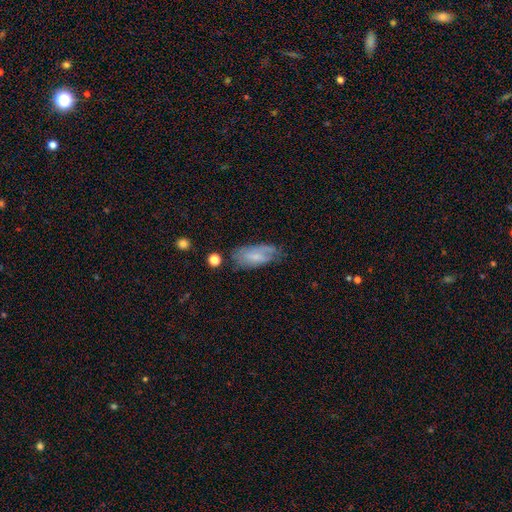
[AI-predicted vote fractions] Smooth or featured? Predicted: smooth (p=0.53). How rounded? Predicted: in between (p=0.84). Merging? Predicted: none (p=0.52).